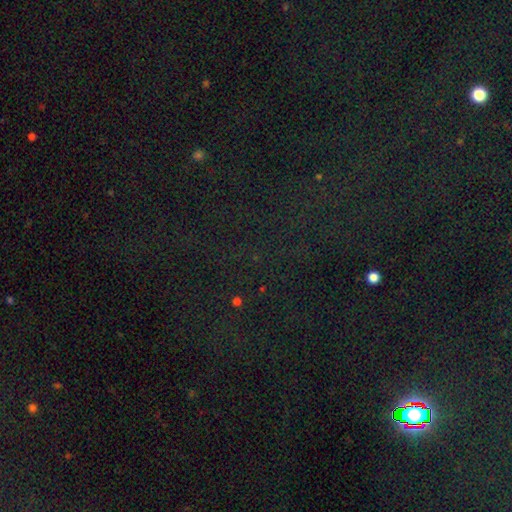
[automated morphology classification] Smooth or featured?
  - star or artifact: 81% *
  - smooth: 11%
  - featured or disk: 8%